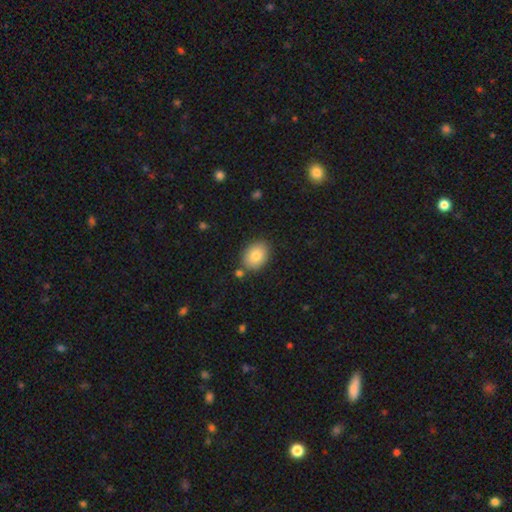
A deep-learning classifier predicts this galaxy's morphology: smooth-or-featured: smooth: 83% | featured or disk: 10% | star or artifact: 8%
  how-rounded: in between: 68% | round: 31% | cigar-shaped: 1%
  merging: none: 81% | minor disturbance: 11% | merger: 5% | major disturbance: 3%